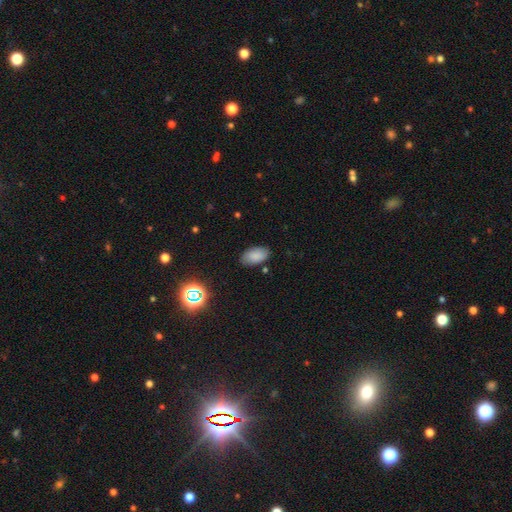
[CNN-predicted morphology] smooth-or-featured: smooth: 83% | star or artifact: 10% | featured or disk: 8%
  how-rounded: in between: 94% | round: 5% | cigar-shaped: 2%
  merging: none: 83% | minor disturbance: 13% | major disturbance: 3% | merger: 2%